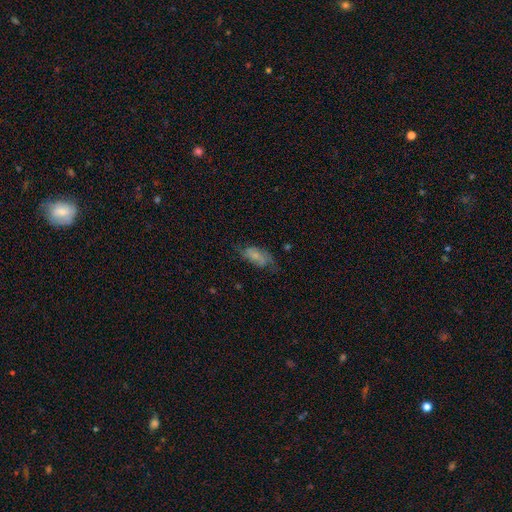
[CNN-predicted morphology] A smooth galaxy with no disk features (52%) that is in between round and cigar-shaped (87%).

Vote fractions:
- Smooth or featured? smooth: 52% / featured or disk: 40% / star or artifact: 8%
- How rounded? in between: 87% / cigar-shaped: 8% / round: 4%
- Merging? none: 54% / minor disturbance: 28% / major disturbance: 15% / merger: 2%